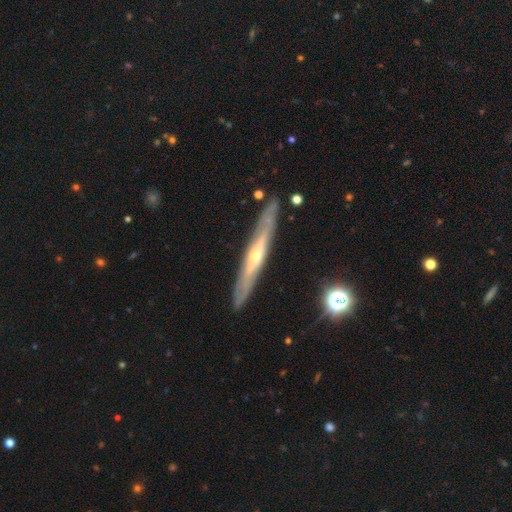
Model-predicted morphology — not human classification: type=featured or disk (73%); edge-on=yes (85%); edge-on bulge=rounded (73%); merging=none (86%).